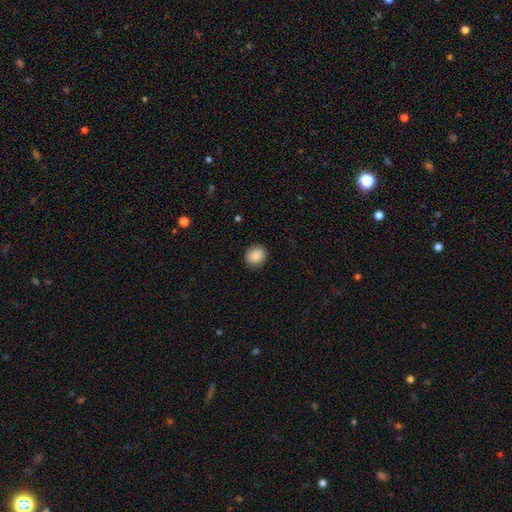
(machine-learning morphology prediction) Smooth or featured?
  - smooth: 86% *
  - star or artifact: 8%
  - featured or disk: 7%
How rounded?
  - round: 77% *
  - in between: 22%
  - cigar-shaped: 1%
Merging?
  - none: 85% *
  - minor disturbance: 11%
  - major disturbance: 3%
  - merger: 1%